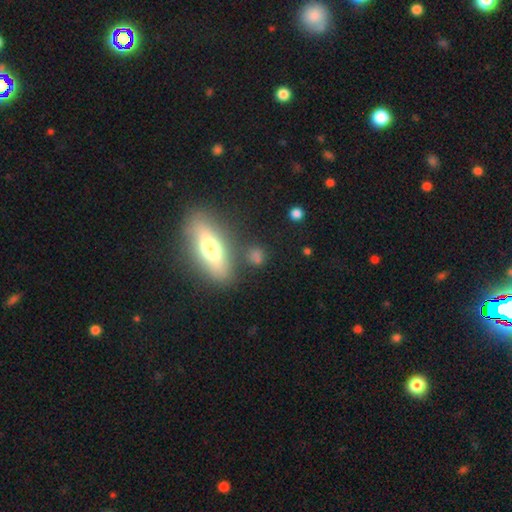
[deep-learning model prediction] The model was most divided on "how rounded": in between: 42%, round: 35%, cigar-shaped: 23%. More confident: merging — none (75%); smooth or featured — smooth (61%).